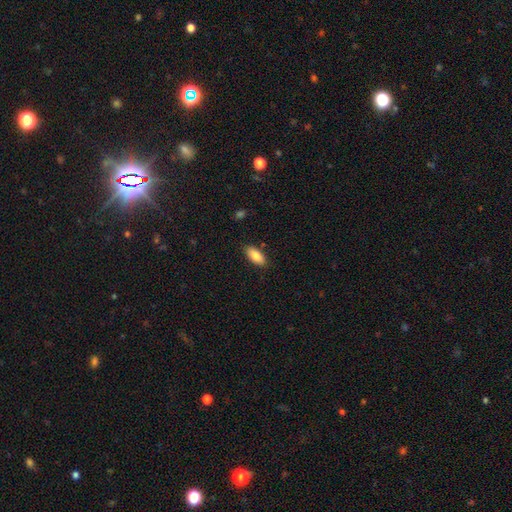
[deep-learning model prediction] A smooth galaxy with no disk features (86%) that is in between round and cigar-shaped (87%).

Vote fractions:
- Smooth or featured? smooth: 86% / featured or disk: 8% / star or artifact: 6%
- How rounded? in between: 87% / cigar-shaped: 11% / round: 2%
- Merging? none: 86% / minor disturbance: 11% / major disturbance: 2% / merger: 1%